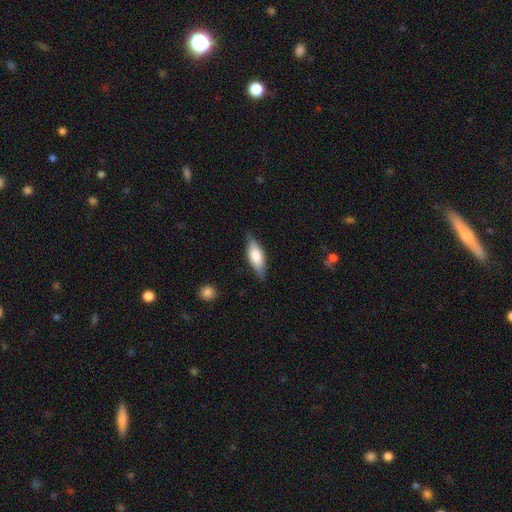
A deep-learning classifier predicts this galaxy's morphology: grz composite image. It shows a smooth galaxy with no disk features (61%) that is in between round and cigar-shaped (65%). Merging: none (79%).